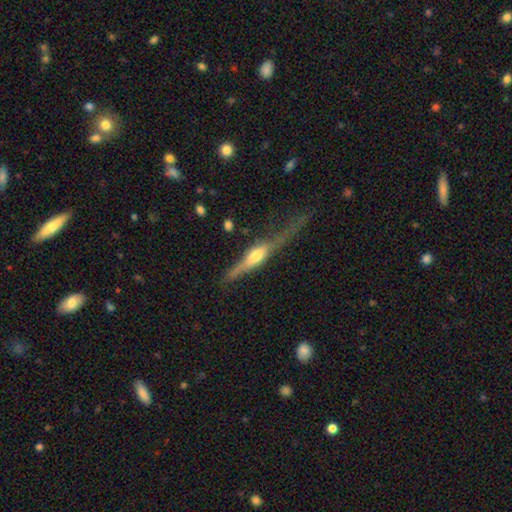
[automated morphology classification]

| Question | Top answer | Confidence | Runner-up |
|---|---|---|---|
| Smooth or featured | featured or disk | 67% | smooth (27%) |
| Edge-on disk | yes | 90% | no (10%) |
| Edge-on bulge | rounded | 75% | boxy (18%) |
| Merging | none | 42% | major disturbance (28%) |